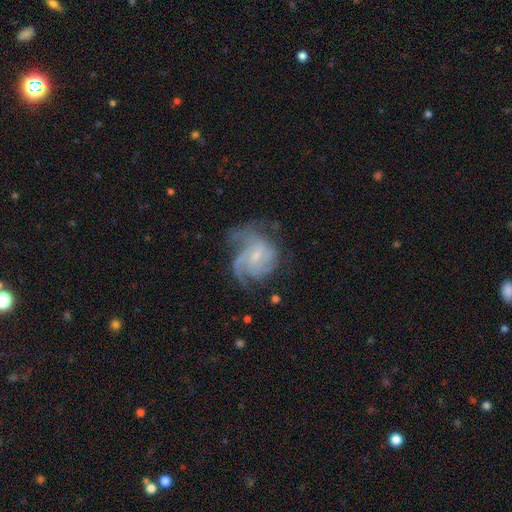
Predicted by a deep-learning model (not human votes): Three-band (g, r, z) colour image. It shows a featured or disk galaxy (83%) with a weak bar (46%), 3 (36%) medium (44%) spiral arms (94%) and a small central bulge (68%). Merging: none (55%).